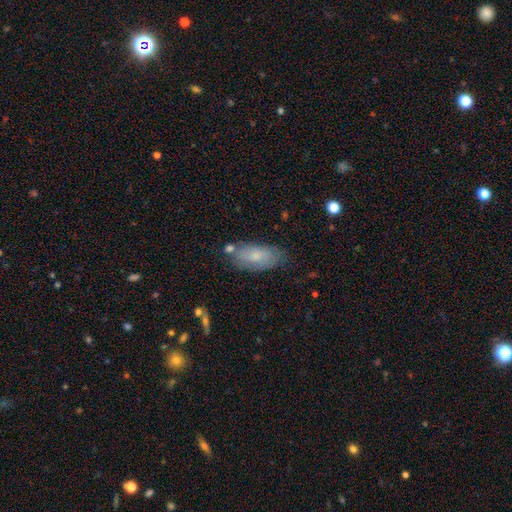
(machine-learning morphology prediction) type=smooth (65%); roundness=in between (87%); merging=none (68%).